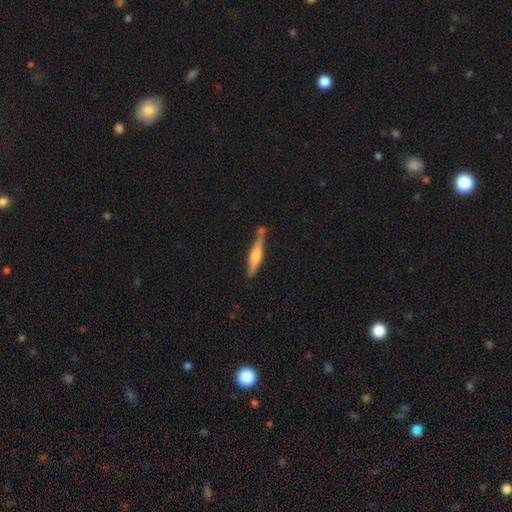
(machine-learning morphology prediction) Smooth or featured?
  - featured or disk: 57% *
  - smooth: 37%
  - star or artifact: 6%
Edge-on disk?
  - yes: 96% *
  - no: 4%
Edge-on bulge?
  - rounded: 80% *
  - boxy: 13%
  - none: 7%
Merging?
  - none: 72% *
  - minor disturbance: 16%
  - merger: 9%
  - major disturbance: 3%